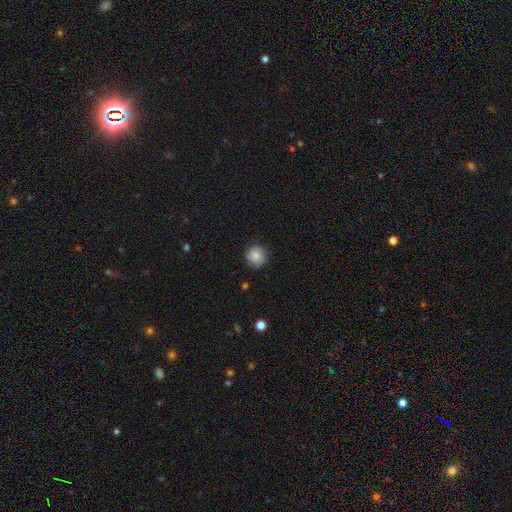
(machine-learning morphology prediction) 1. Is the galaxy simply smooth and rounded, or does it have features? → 79% smooth, 12% featured or disk, 8% star or artifact.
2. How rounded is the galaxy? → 93% round, 6% in between, 1% cigar-shaped.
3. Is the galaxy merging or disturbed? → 82% none, 14% minor disturbance, 3% major disturbance, 1% merger.